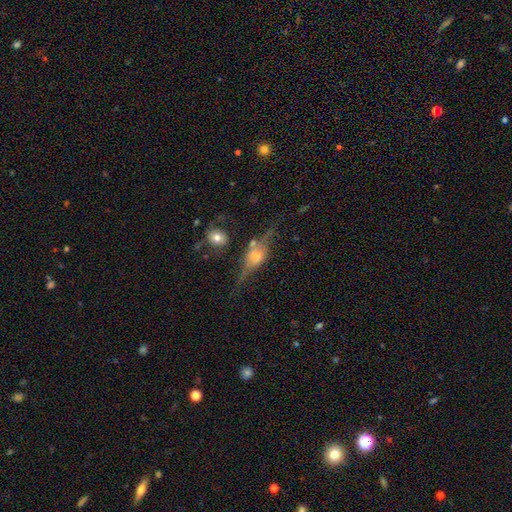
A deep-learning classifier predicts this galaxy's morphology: smooth_or_featured: featured or disk (p=0.77) [alt: smooth p=0.14]
disk_edge_on: yes (p=0.91) [alt: no p=0.09]
edge_on_bulge: rounded (p=0.87) [alt: boxy p=0.10]
merging: none (p=0.67) [alt: minor disturbance p=0.18]